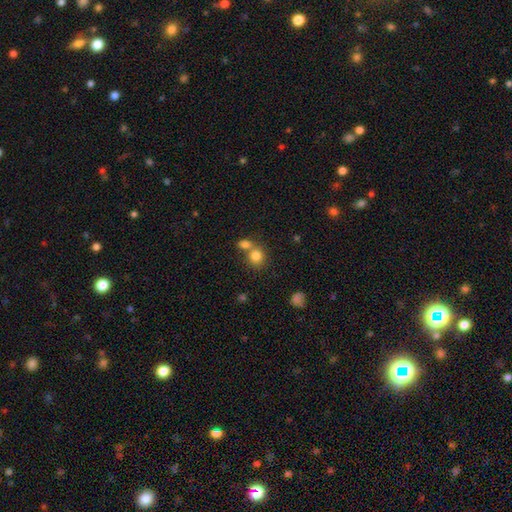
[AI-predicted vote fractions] smooth 80%, star or artifact 11%, featured or disk 8%. Down the decision tree: how rounded — round (79%); merging — none (45%, tied with merger).